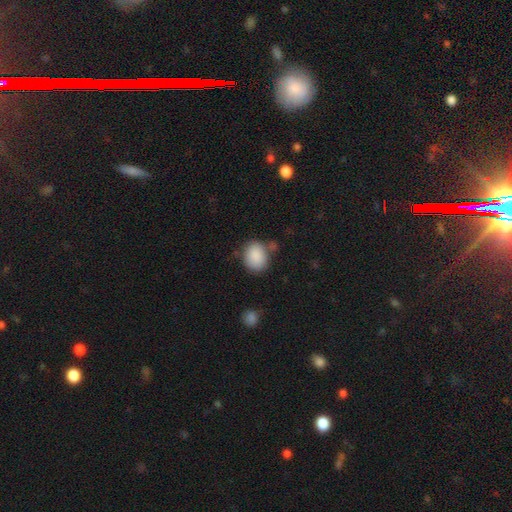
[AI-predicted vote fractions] Smooth or featured: smooth — 88% (star or artifact — 7%)
How rounded: in between — 55% (round — 44%)
Merging: none — 68% (minor disturbance — 18%)